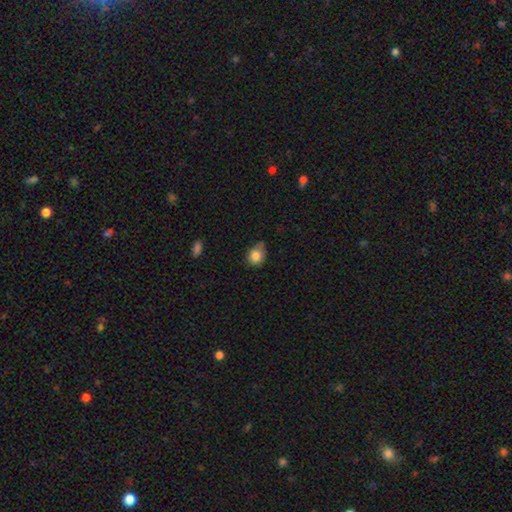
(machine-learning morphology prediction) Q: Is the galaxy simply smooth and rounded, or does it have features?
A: smooth — 83%.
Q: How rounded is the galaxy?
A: round — 67%.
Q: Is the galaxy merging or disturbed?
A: none — 55%.